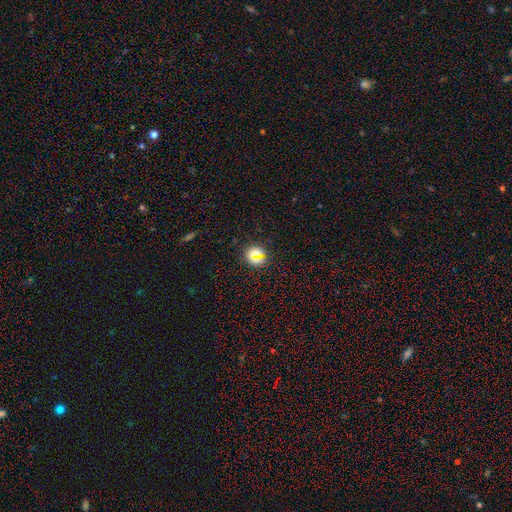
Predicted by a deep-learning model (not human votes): Smooth or featured? Predicted: smooth (p=0.60). How rounded? Predicted: round (p=0.85). Merging? Predicted: none (p=0.86).